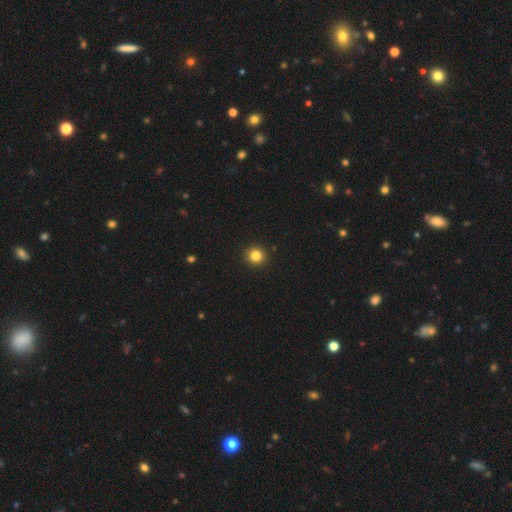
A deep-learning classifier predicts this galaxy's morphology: Overall: smooth (83%). How rounded: round (93%). Merging: none (93%).